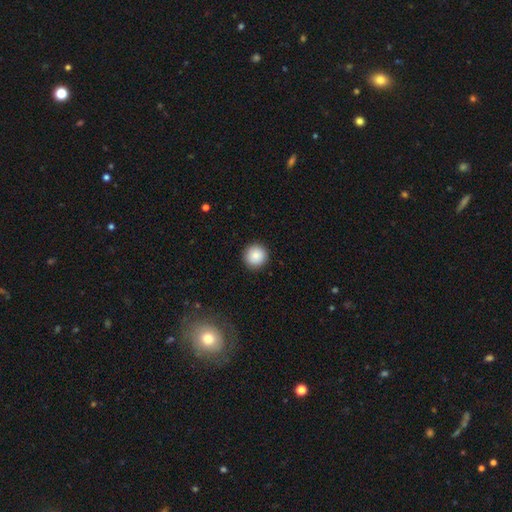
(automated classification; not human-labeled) This is clearly a smooth galaxy (86%). How rounded: clearly round (95%). Merging: clearly none (92%).